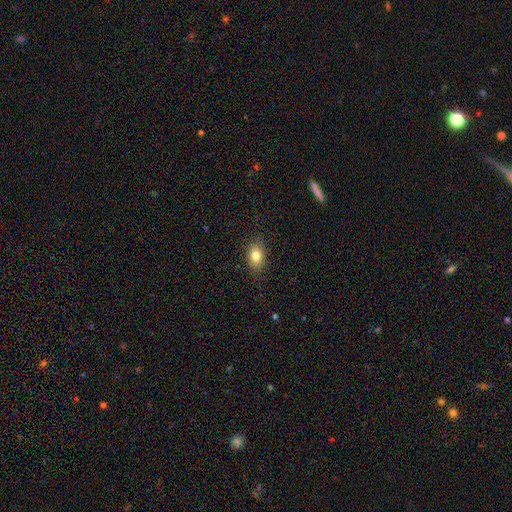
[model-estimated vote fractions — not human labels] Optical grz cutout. It shows a smooth galaxy with no disk features (82%) that is in between round and cigar-shaped (80%). Merging: none (84%).